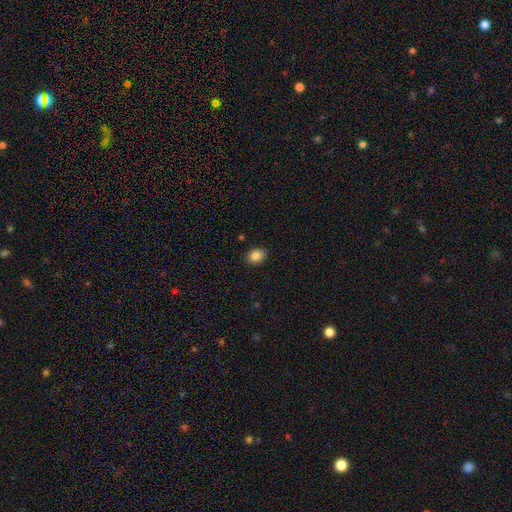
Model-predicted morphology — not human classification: smooth-or-featured: smooth: 86% | star or artifact: 9% | featured or disk: 4%
  how-rounded: in between: 62% | round: 37% | cigar-shaped: 1%
  merging: none: 87% | minor disturbance: 10% | major disturbance: 2% | merger: 1%